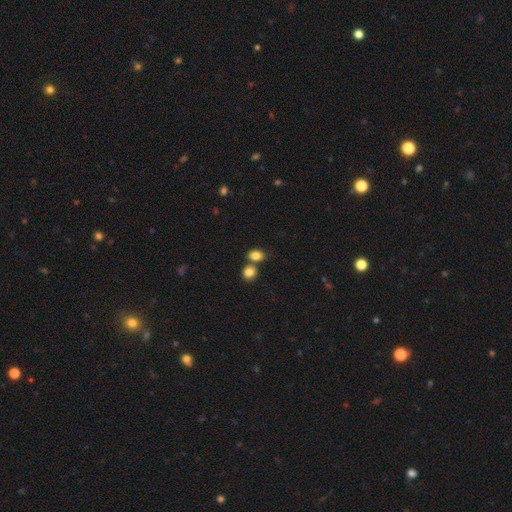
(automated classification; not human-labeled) This appears to be a smooth galaxy with no disk features (83%) that is in between round and cigar-shaped (71%). Merging: none (55%).